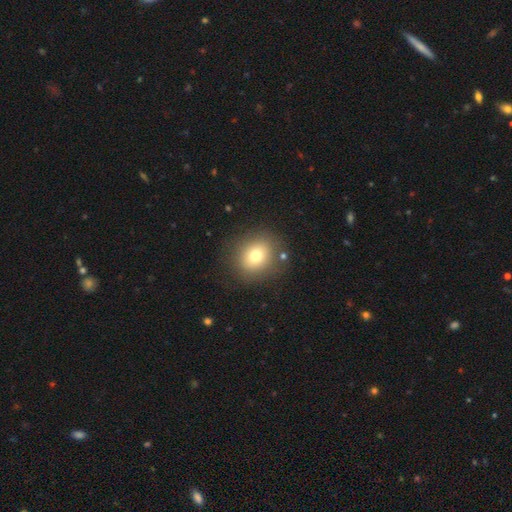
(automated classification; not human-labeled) Morphology: type=smooth (76%); roundness=round (75%); merging=none (84%).